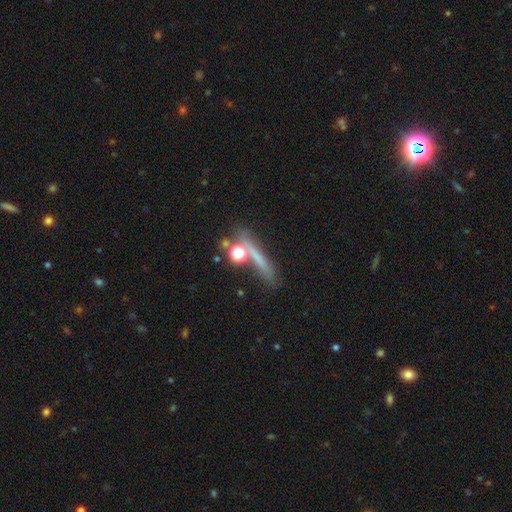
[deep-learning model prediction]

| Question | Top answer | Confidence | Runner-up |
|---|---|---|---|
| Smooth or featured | smooth | 50% | featured or disk (30%) |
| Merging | none | 61% | minor disturbance (14%) |